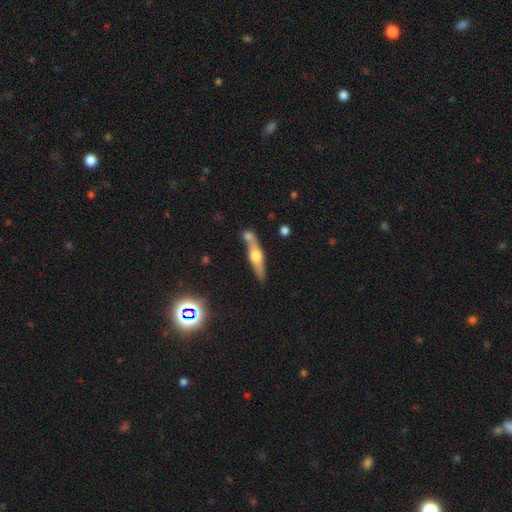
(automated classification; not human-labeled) featured or disk 57%, smooth 36%, star or artifact 7%. Down the decision tree: edge-on disk — yes (89%); edge-on bulge — rounded (92%); merging — none (57%).